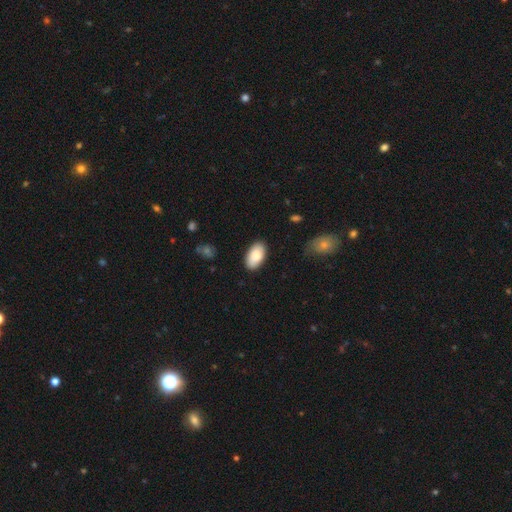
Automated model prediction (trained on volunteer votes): Smooth or featured? smooth (83%)
How rounded? in between (95%)
Merging? none (85%)